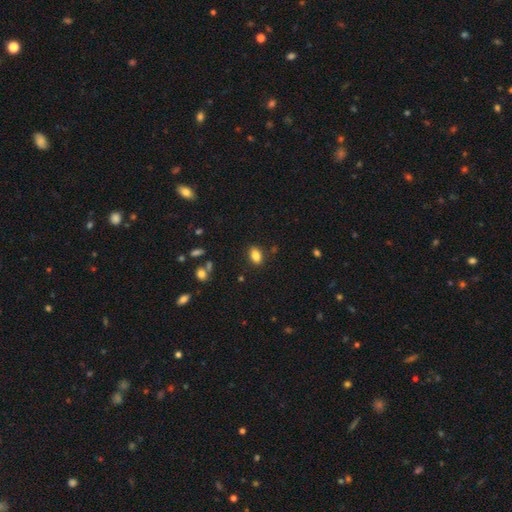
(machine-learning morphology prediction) Smooth or featured? Predicted: smooth (p=0.84). How rounded? Predicted: in between (p=0.85). Merging? Predicted: none (p=0.85).